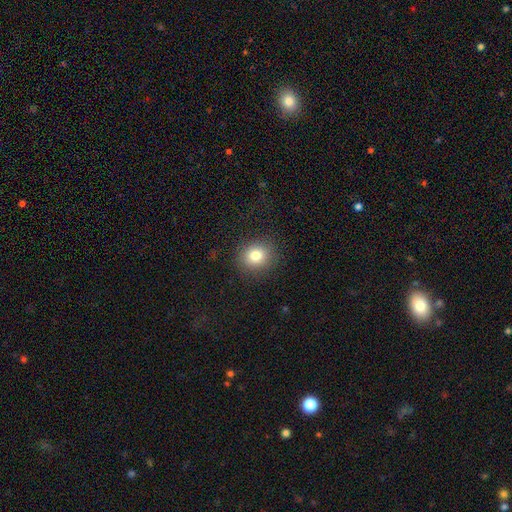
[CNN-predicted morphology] smooth-or-featured: smooth: 80% | star or artifact: 11% | featured or disk: 9%
  how-rounded: round: 79% | in between: 20% | cigar-shaped: 1%
  merging: none: 88% | minor disturbance: 8% | major disturbance: 3% | merger: 1%